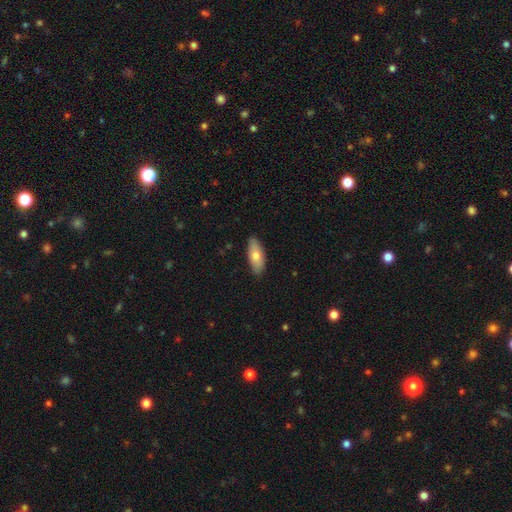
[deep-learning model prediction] Overall: smooth (74%). How rounded: in between (80%). Merging: none (86%).